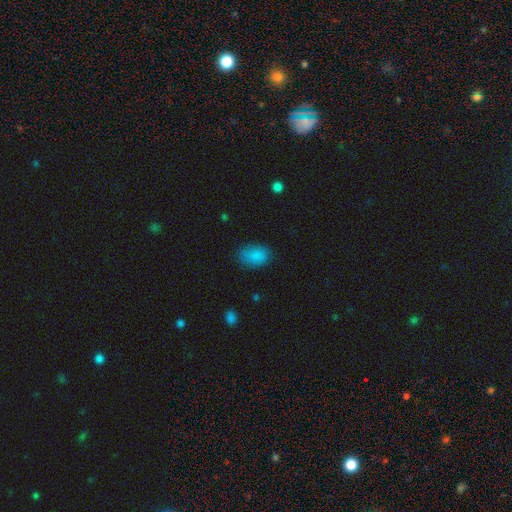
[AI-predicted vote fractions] Smooth or featured?
  - smooth: 85% *
  - star or artifact: 9%
  - featured or disk: 6%
How rounded?
  - in between: 83% *
  - round: 16%
  - cigar-shaped: 1%
Merging?
  - none: 77% *
  - minor disturbance: 17%
  - major disturbance: 5%
  - merger: 1%